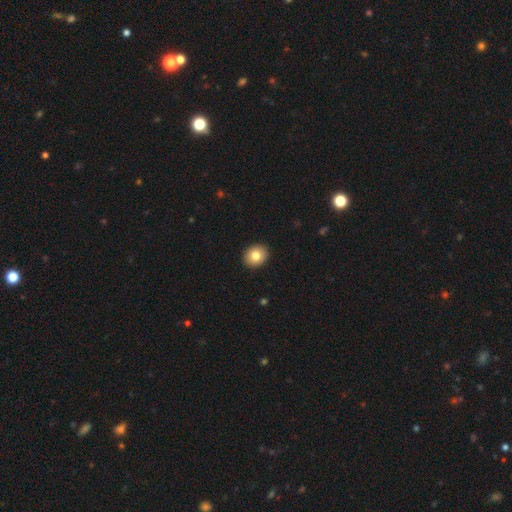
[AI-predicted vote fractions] This appears to be a smooth galaxy with no disk features (80%) that is round (61%). Merging: none (92%).